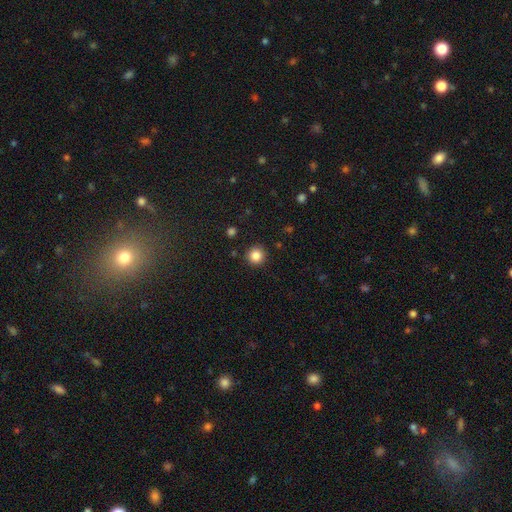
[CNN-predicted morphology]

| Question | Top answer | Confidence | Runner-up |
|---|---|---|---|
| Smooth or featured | smooth | 85% | star or artifact (11%) |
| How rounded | round | 94% | in between (5%) |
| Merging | none | 91% | minor disturbance (6%) |